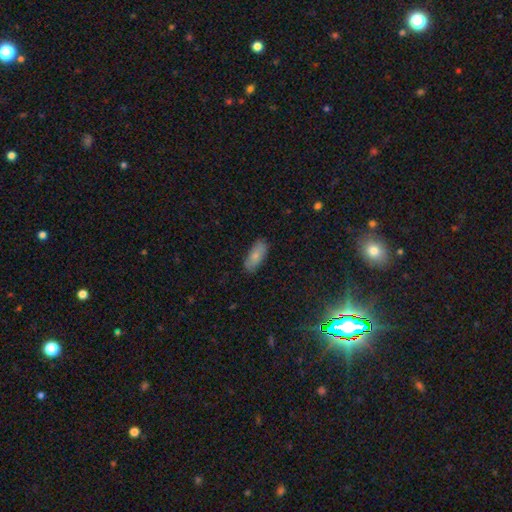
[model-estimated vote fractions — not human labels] Smooth or featured?
  - smooth: 79% *
  - featured or disk: 14%
  - star or artifact: 7%
How rounded?
  - in between: 81% *
  - cigar-shaped: 17%
  - round: 2%
Merging?
  - none: 84% *
  - minor disturbance: 12%
  - major disturbance: 2%
  - merger: 1%